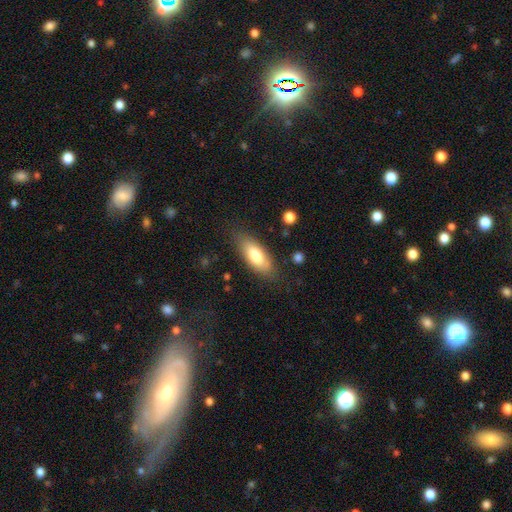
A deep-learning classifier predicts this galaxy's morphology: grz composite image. It shows a smooth galaxy with no disk features (74%) that is in between round and cigar-shaped (78%). Merging: none (79%).